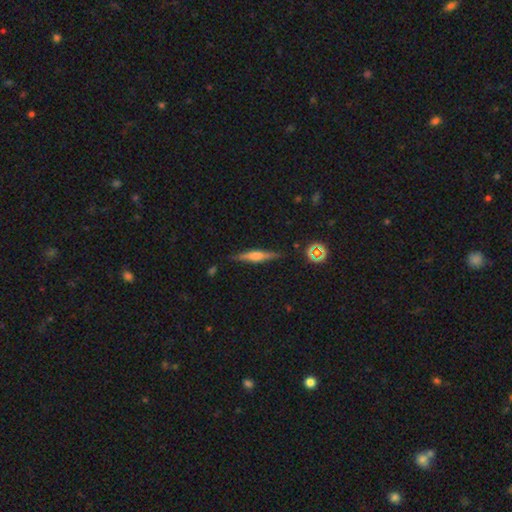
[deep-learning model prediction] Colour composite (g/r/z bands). It shows a featured or disk galaxy (63%) viewed edge-on (97%) with a rounded central bulge (70%). Merging: none (87%).